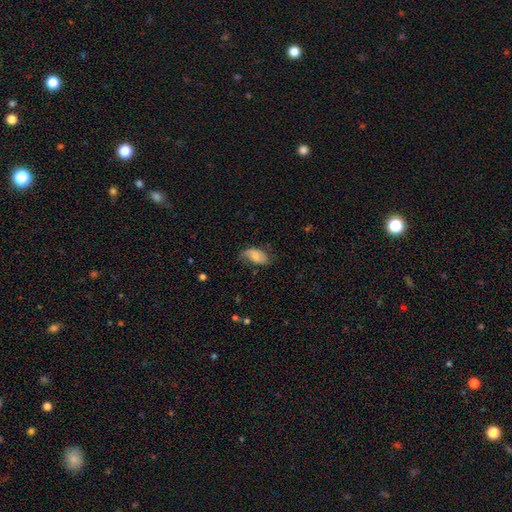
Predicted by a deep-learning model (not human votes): Morphology: type=smooth (65%); roundness=in between (93%); merging=none (49%).